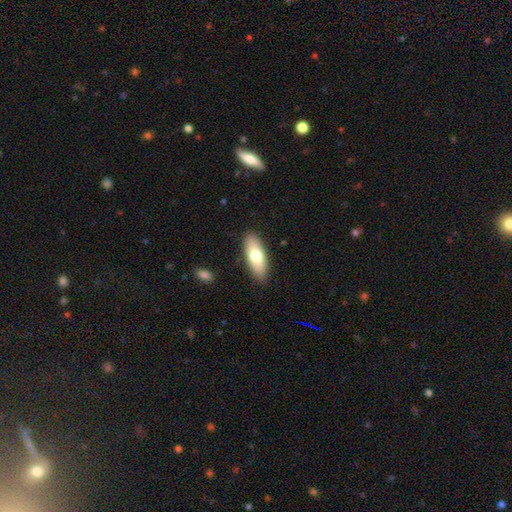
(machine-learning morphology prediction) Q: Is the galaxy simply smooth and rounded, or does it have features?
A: smooth — 71%.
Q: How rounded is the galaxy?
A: in between — 71%.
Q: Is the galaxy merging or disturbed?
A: none — 88%.